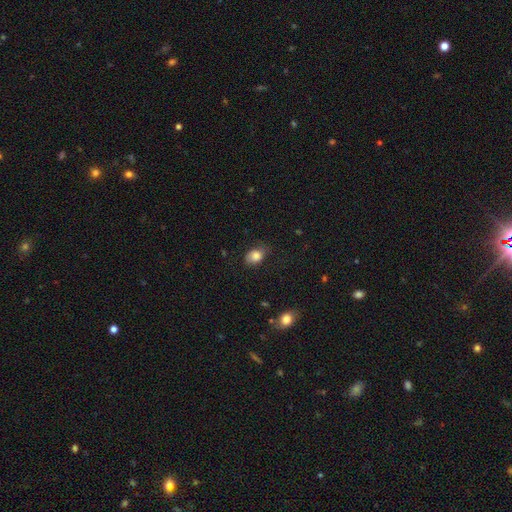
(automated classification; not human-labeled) This appears to be a smooth galaxy with no disk features (83%) that is in between round and cigar-shaped (73%). Merging: none (67%).